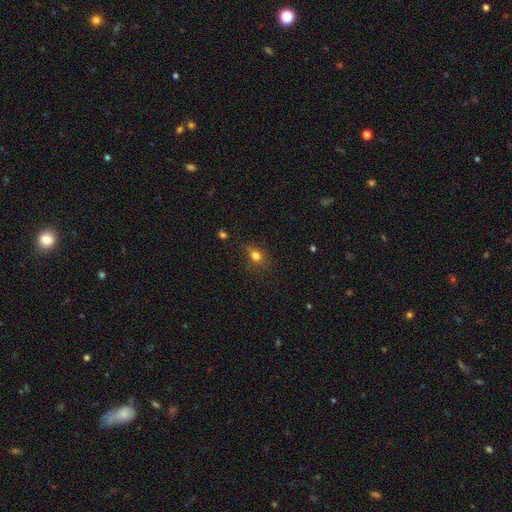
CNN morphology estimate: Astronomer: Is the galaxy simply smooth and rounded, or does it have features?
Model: smooth — 77%.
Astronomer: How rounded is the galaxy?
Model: in between — 50% (runner-up: round, 47%).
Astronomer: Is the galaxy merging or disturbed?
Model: none — 75%.